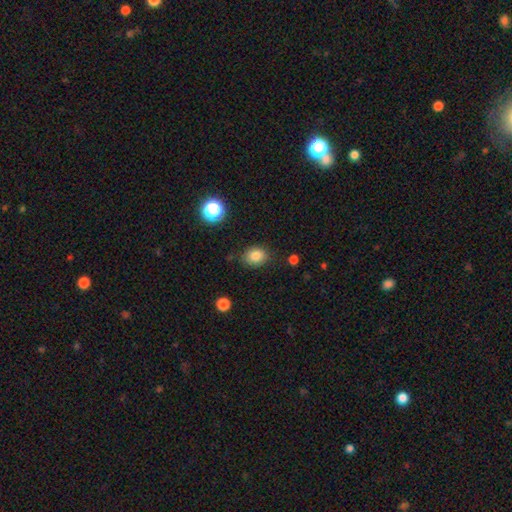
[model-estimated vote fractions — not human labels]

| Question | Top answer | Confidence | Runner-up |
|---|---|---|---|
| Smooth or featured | smooth | 83% | star or artifact (11%) |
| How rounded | in between | 51% | round (48%) |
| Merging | none | 81% | minor disturbance (14%) |